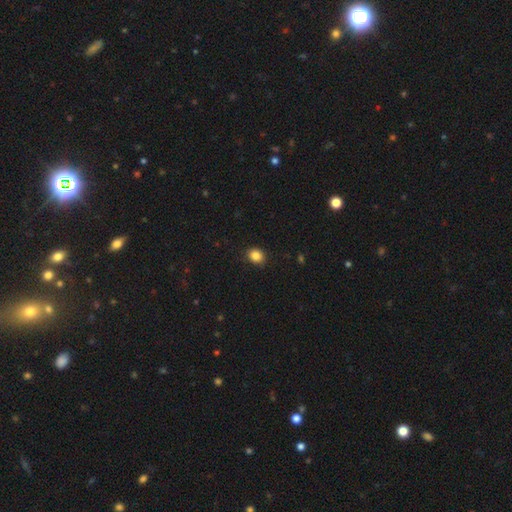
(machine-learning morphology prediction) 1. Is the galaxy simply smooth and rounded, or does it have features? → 86% smooth, 10% star or artifact, 4% featured or disk.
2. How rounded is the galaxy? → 56% round, 43% in between, 1% cigar-shaped.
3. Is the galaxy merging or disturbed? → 89% none, 9% minor disturbance, 2% major disturbance, 1% merger.